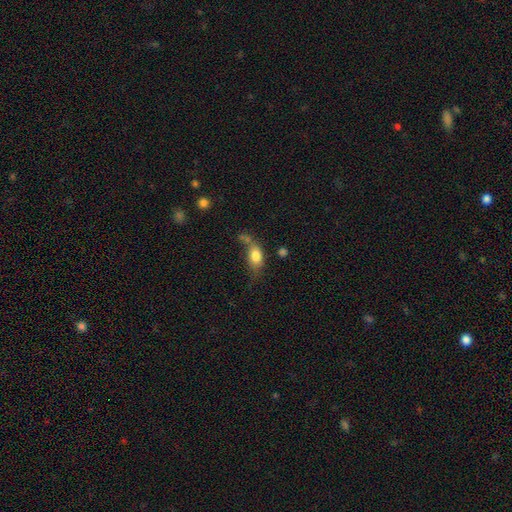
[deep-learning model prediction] smooth_or_featured: smooth (p=0.79) [alt: featured or disk p=0.13]
how_rounded: in between (p=0.81) [alt: round p=0.13]
merging: none (p=0.39) [alt: minor disturbance p=0.24]